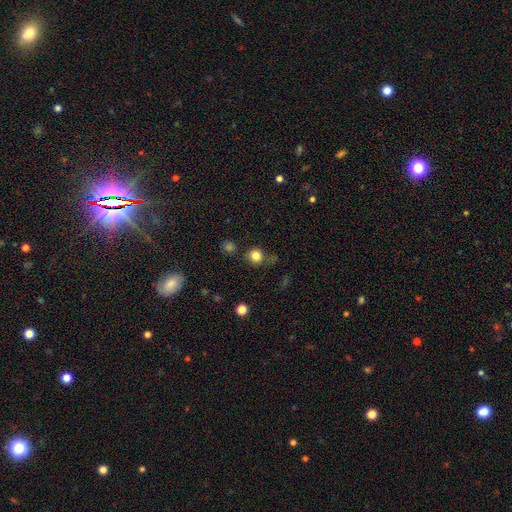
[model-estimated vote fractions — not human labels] smooth 80%, star or artifact 14%, featured or disk 6%. Down the decision tree: how rounded — round (88%); merging — none (73%).